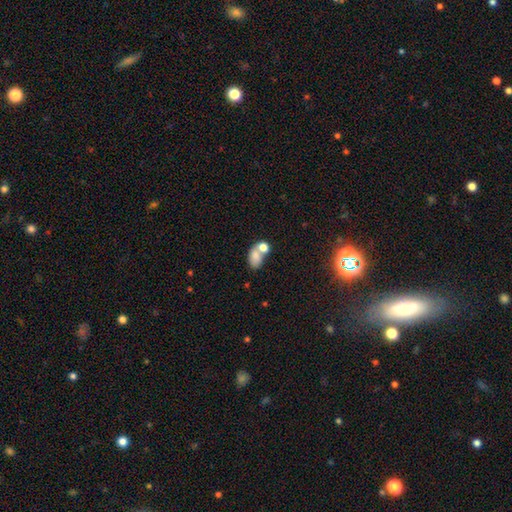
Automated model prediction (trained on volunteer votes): A smooth galaxy with no disk features (75%) that is in between round and cigar-shaped (83%).

Vote fractions:
- Smooth or featured? smooth: 75% / featured or disk: 15% / star or artifact: 10%
- How rounded? in between: 83% / round: 15% / cigar-shaped: 2%
- Merging? merger: 54% / none: 28% / minor disturbance: 11% / major disturbance: 7%